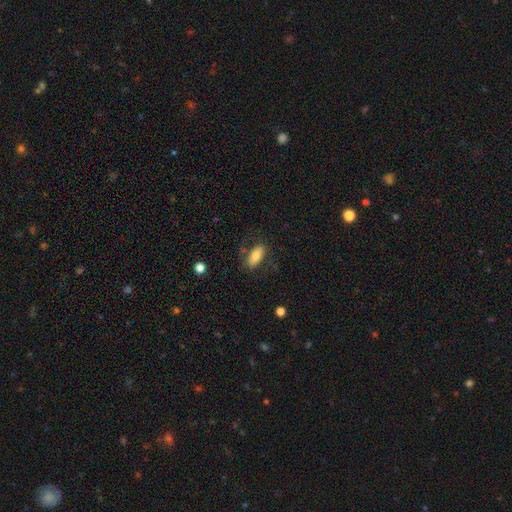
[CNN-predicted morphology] Smooth or featured? Predicted: smooth (p=0.72). How rounded? Predicted: in between (p=0.83). Merging? Predicted: none (p=0.70).